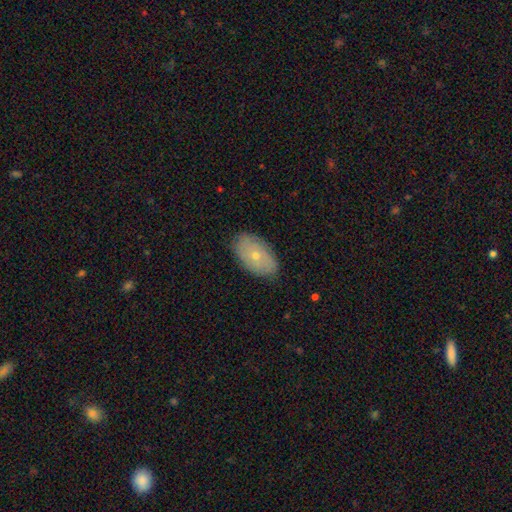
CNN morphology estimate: smooth-or-featured: smooth: 54% | featured or disk: 38% | star or artifact: 7%
  how-rounded: in between: 92% | round: 6% | cigar-shaped: 2%
  merging: none: 83% | minor disturbance: 13% | major disturbance: 3% | merger: 1%